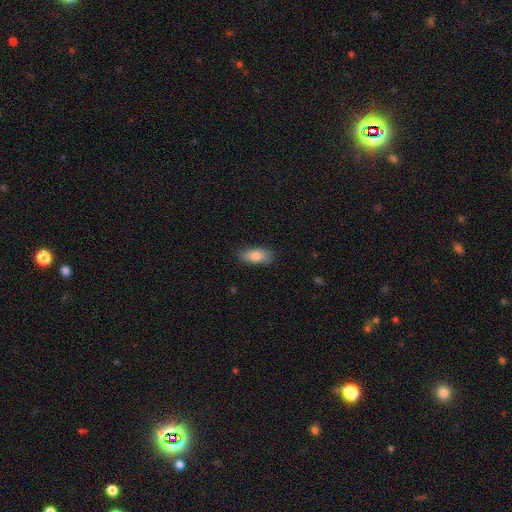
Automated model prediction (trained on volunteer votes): Smooth or featured: smooth — 82% (featured or disk — 11%)
How rounded: in between — 86% (cigar-shaped — 11%)
Merging: none — 79% (minor disturbance — 17%)